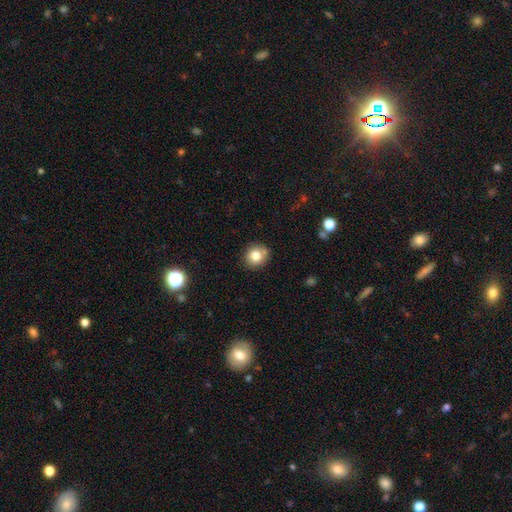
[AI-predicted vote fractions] Overall: smooth (80%). How rounded: round (87%). Merging: none (78%).